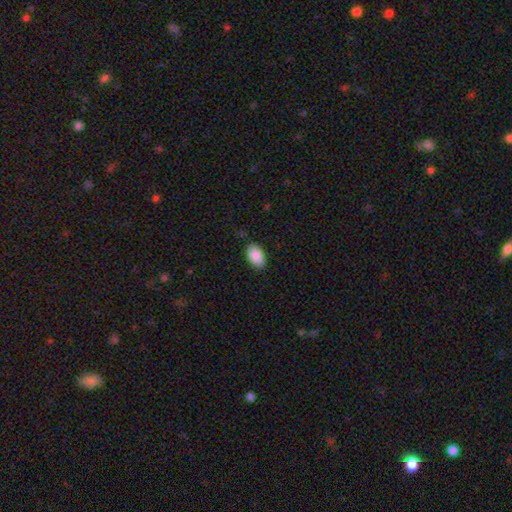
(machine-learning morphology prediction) Smooth or featured? Predicted: smooth (p=0.89). How rounded? Predicted: in between (p=0.93). Merging? Predicted: none (p=0.87).